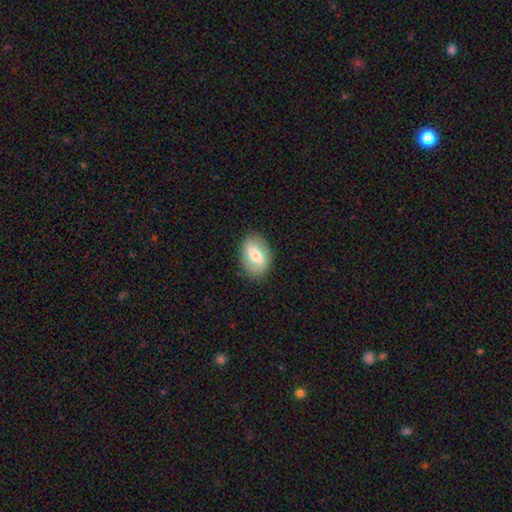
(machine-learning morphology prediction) type=smooth (50%); merging=none (84%).